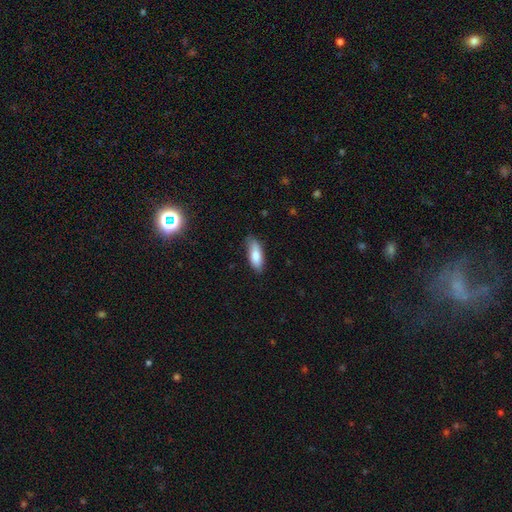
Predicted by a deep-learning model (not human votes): Morphology: type=smooth (82%); roundness=in between (72%); merging=none (76%).